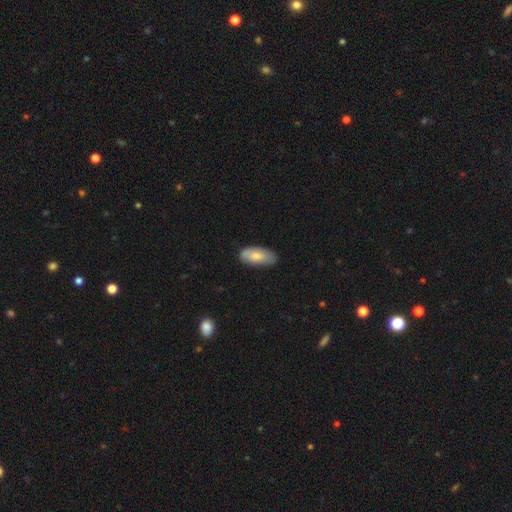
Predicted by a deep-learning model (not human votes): Smooth or featured?
  - smooth: 79% *
  - featured or disk: 16%
  - star or artifact: 6%
How rounded?
  - in between: 89% *
  - cigar-shaped: 9%
  - round: 2%
Merging?
  - none: 77% *
  - minor disturbance: 18%
  - major disturbance: 3%
  - merger: 1%